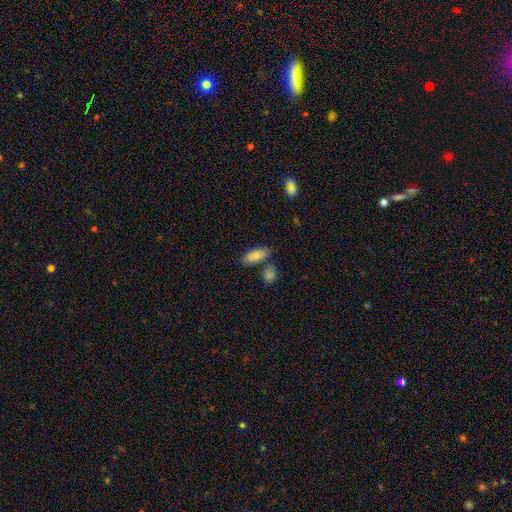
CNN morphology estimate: smooth_or_featured: smooth (p=0.84) [alt: featured or disk p=0.10]
how_rounded: in between (p=0.88) [alt: cigar-shaped p=0.09]
merging: none (p=0.66) [alt: merger p=0.16]